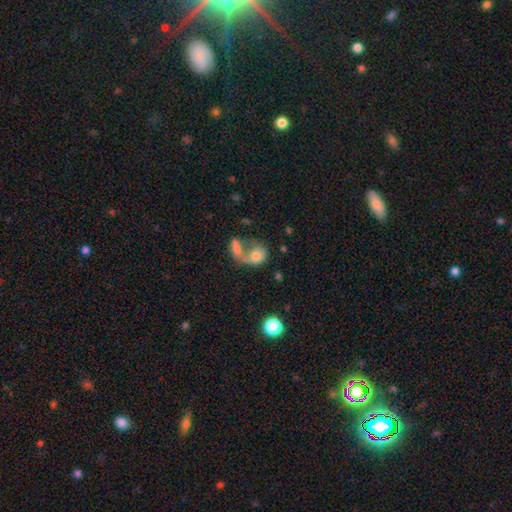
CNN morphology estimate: Smooth or featured? Predicted: smooth (p=0.61). How rounded? Predicted: round (p=0.50). Merging? Predicted: merger (p=0.63).